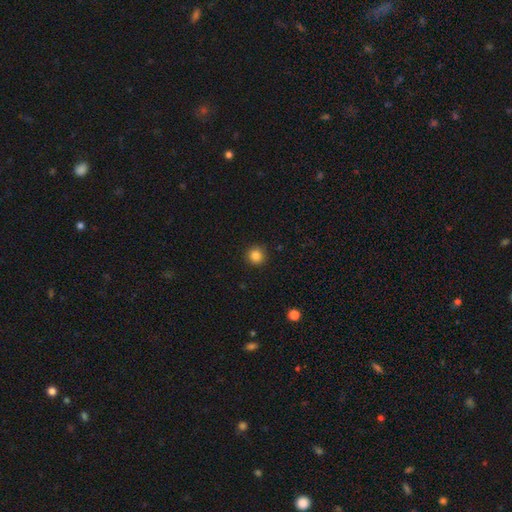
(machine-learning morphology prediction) Smooth or featured? smooth (85%)
How rounded? round (94%)
Merging? none (91%)